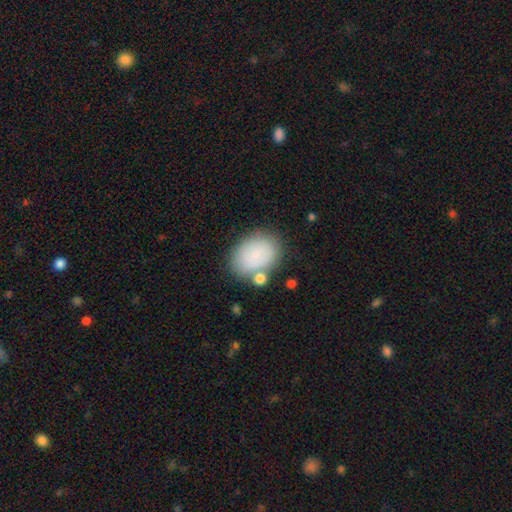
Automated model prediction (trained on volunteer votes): Morphology: type=smooth (78%); roundness=in between (73%); merging=none (68%).